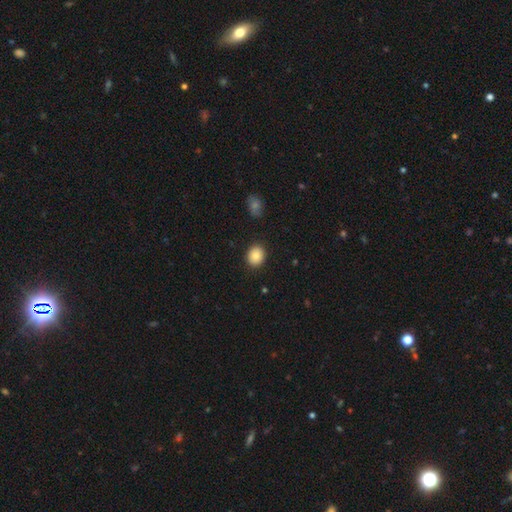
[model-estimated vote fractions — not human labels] smooth_or_featured: smooth (p=0.84) [alt: star or artifact p=0.09]
how_rounded: round (p=0.58) [alt: in between p=0.41]
merging: none (p=0.88) [alt: minor disturbance p=0.08]